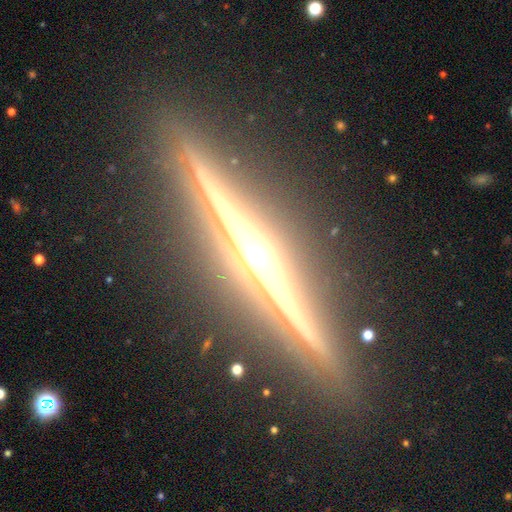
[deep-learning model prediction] The model was most divided on "edge-on bulge": rounded: 76%, boxy: 13%, none: 11%. More confident: edge-on disk — yes (98%); merging — none (91%); smooth or featured — featured or disk (89%).